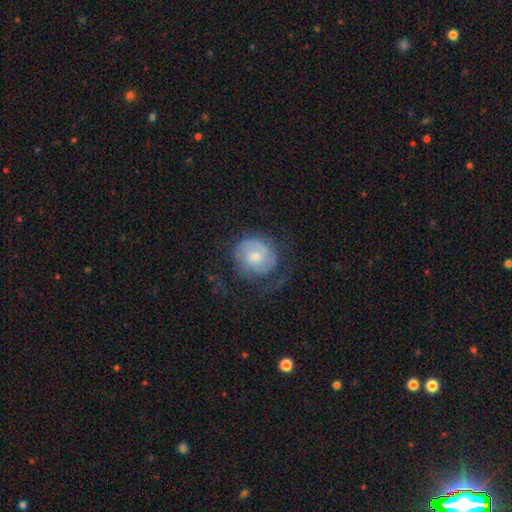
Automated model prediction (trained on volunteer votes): A featured or disk galaxy (60%) with no bar (61%), spiral arms (84%) and a moderate central bulge (50%).

Vote fractions:
- Smooth or featured? featured or disk: 60% / smooth: 33% / star or artifact: 7%
- Edge-on disk? no: 97% / yes: 3%
- Bar? no: 61% / weak: 34% / strong: 5%
- Spiral arms? yes: 84% / no: 16%
- Bulge size? moderate: 50% / small: 41% / large: 4% / none: 3% / dominant: 1%
- Merging? none: 53% / major disturbance: 24% / minor disturbance: 21% / merger: 1%